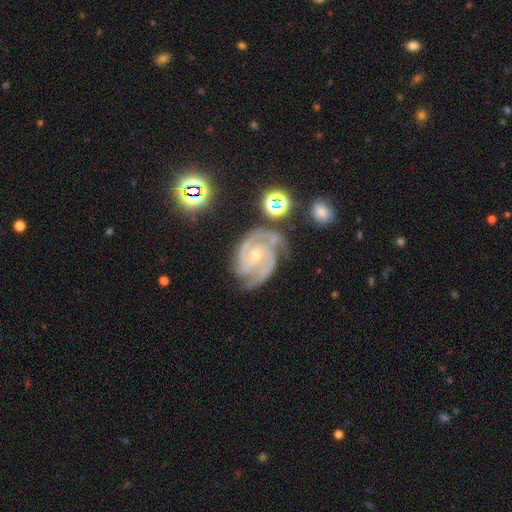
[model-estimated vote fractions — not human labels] Morphology: type=featured or disk (92%); edge-on=no (98%); bar=no (51%); spiral arms=yes (99%); winding=tight (57%); arm count=2 (51%); bulge=small (71%); merging=none (66%).